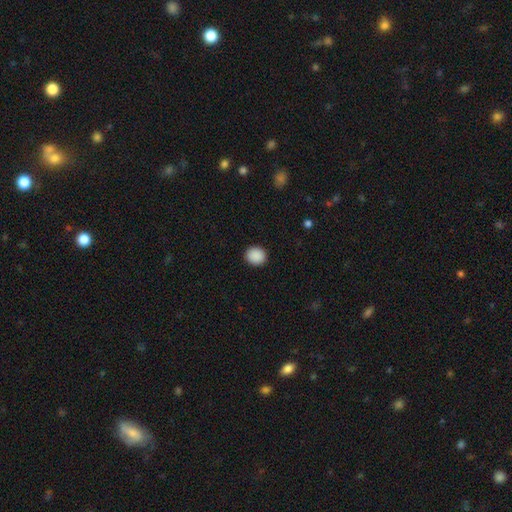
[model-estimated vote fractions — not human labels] Smooth or featured?
  - smooth: 90% *
  - star or artifact: 8%
  - featured or disk: 2%
How rounded?
  - round: 82% *
  - in between: 17%
  - cigar-shaped: 1%
Merging?
  - none: 92% *
  - minor disturbance: 6%
  - major disturbance: 2%
  - merger: 1%